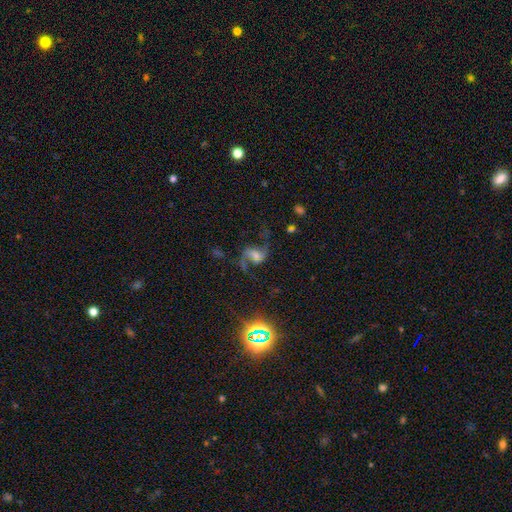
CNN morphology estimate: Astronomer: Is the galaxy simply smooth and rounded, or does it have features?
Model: featured or disk — 77%.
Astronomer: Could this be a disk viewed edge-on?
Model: no — 97%.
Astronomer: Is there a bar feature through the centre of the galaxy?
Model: weak — 43% (runner-up: no, 40%).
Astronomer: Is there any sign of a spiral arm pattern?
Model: yes — 94%.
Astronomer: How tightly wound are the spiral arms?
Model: loose — 77%.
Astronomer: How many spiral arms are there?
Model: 2 — 92%.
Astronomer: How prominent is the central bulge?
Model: moderate — 44% (runner-up: small, 30%).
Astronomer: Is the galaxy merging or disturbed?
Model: none — 64%.